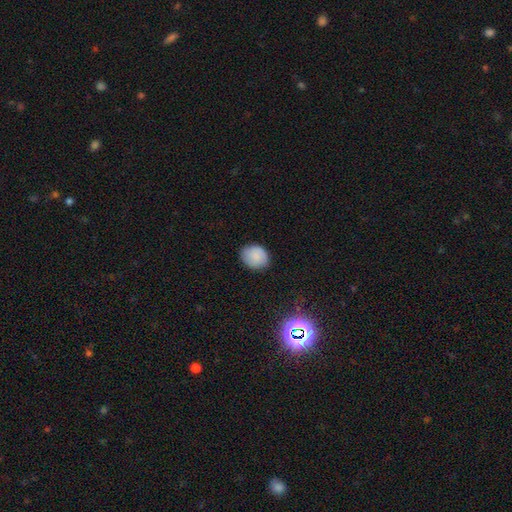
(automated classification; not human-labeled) A smooth galaxy with no disk features (85%) that is round (66%).

Vote fractions:
- Smooth or featured? smooth: 85% / star or artifact: 9% / featured or disk: 6%
- How rounded? round: 66% / in between: 33% / cigar-shaped: 1%
- Merging? none: 85% / minor disturbance: 12% / major disturbance: 2% / merger: 1%